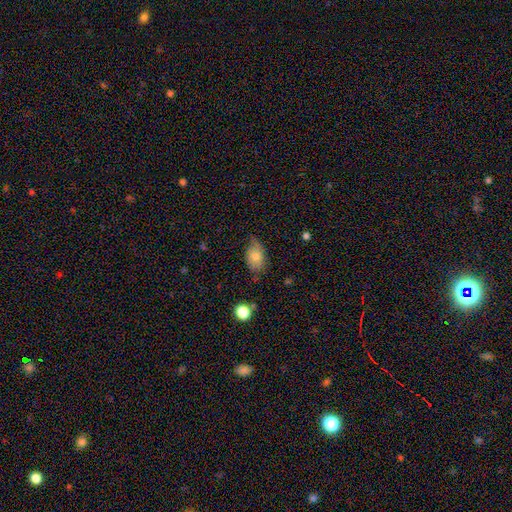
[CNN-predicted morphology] smooth 74%, featured or disk 17%, star or artifact 9%. Down the decision tree: how rounded — in between (86%); merging — none (58%).